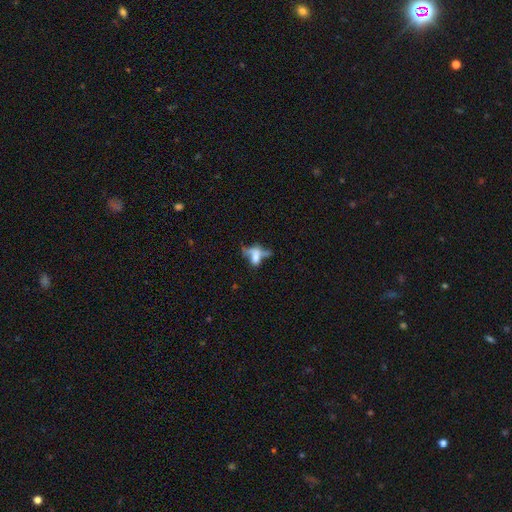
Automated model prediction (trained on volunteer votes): Smooth or featured? smooth (44%)
Merging? merger (34%)